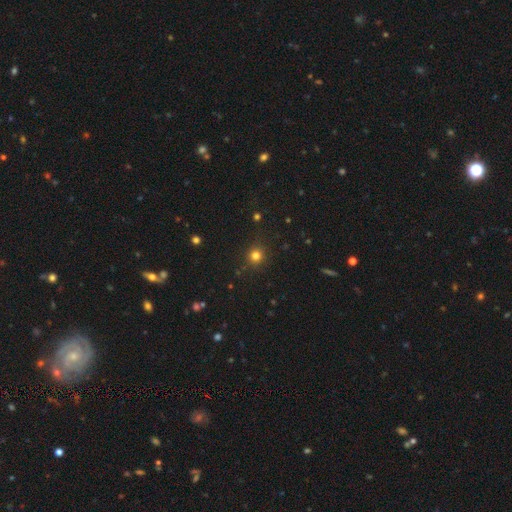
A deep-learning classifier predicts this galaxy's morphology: Smooth or featured? smooth (79%)
How rounded? round (92%)
Merging? none (89%)